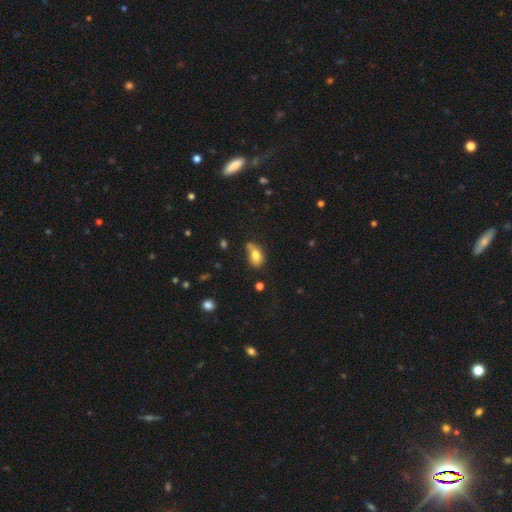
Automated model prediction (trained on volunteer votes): smooth 76%, featured or disk 15%, star or artifact 9%. Down the decision tree: how rounded — in between (84%); merging — none (36%, tied with minor disturbance).